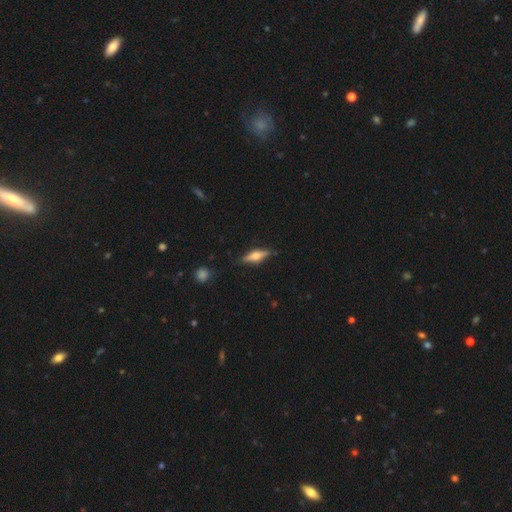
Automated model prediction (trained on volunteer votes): Smooth or featured?
  - featured or disk: 54% *
  - smooth: 40%
  - star or artifact: 6%
Edge-on disk?
  - yes: 94% *
  - no: 6%
Edge-on bulge?
  - rounded: 90% *
  - boxy: 7%
  - none: 3%
Merging?
  - none: 85% *
  - minor disturbance: 12%
  - major disturbance: 2%
  - merger: 1%